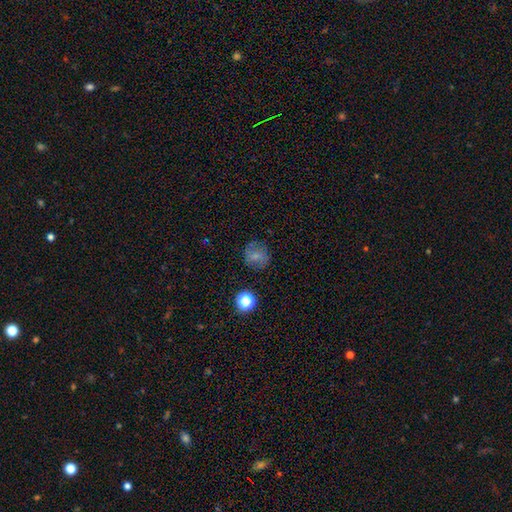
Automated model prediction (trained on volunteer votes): smooth-or-featured: smooth: 69% | star or artifact: 16% | featured or disk: 15%
  how-rounded: round: 83% | in between: 16% | cigar-shaped: 1%
  merging: none: 76% | minor disturbance: 15% | major disturbance: 6% | merger: 2%